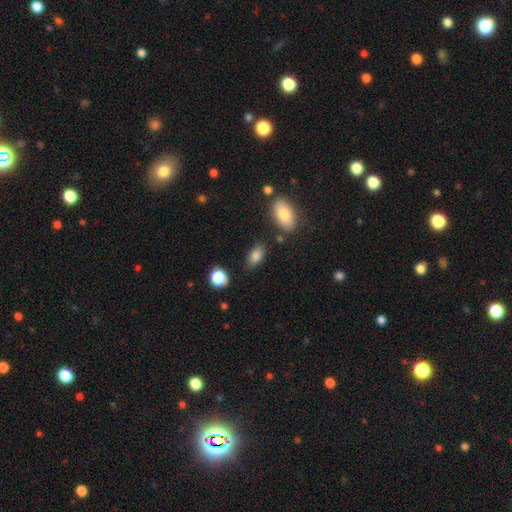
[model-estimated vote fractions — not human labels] Morphology: type=smooth (84%); roundness=in between (89%); merging=none (77%).